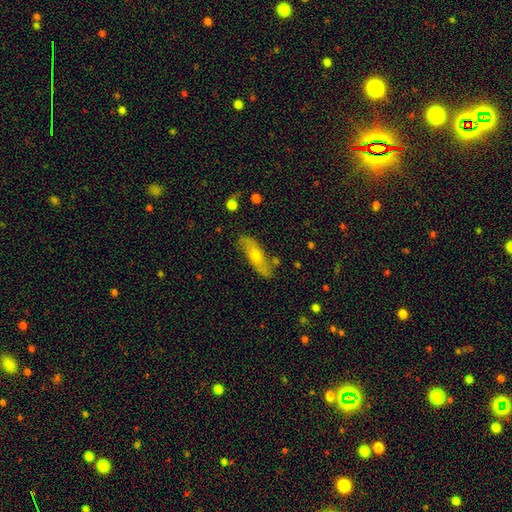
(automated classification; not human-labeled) This appears to be a featured or disk galaxy (50%). Merging: none (74%).